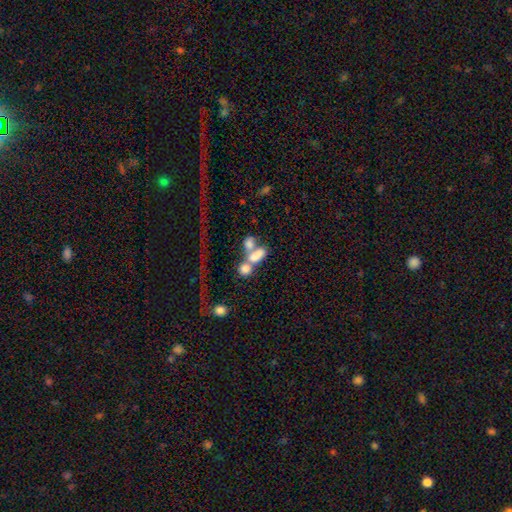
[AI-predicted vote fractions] Overall: smooth (71%). How rounded: in between (72%). Merging: merger (63%).